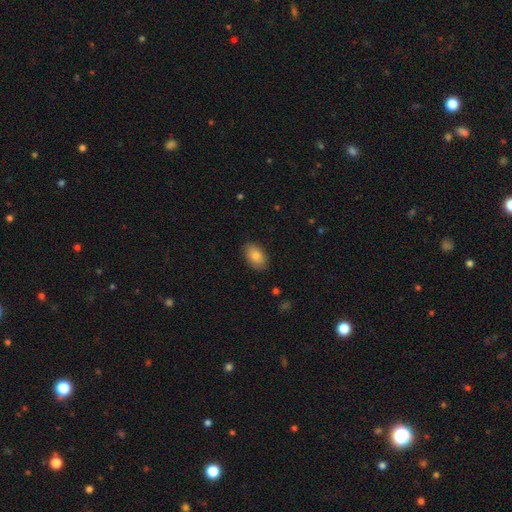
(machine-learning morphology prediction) smooth-or-featured: smooth: 83% | featured or disk: 10% | star or artifact: 7%
  how-rounded: in between: 91% | round: 8% | cigar-shaped: 1%
  merging: none: 86% | minor disturbance: 11% | major disturbance: 2% | merger: 1%